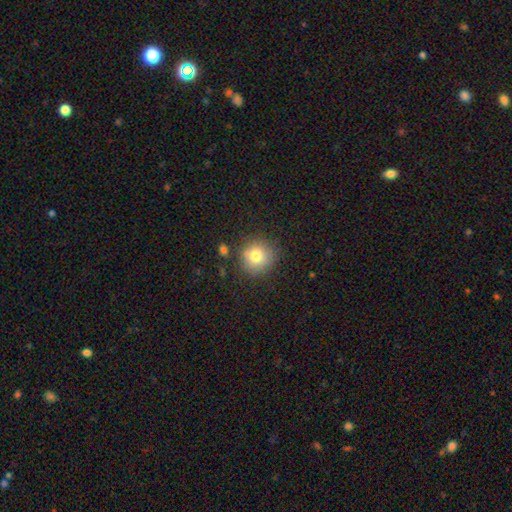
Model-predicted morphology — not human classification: Smooth or featured: smooth — 78% (star or artifact — 12%)
How rounded: round — 92% (in between — 7%)
Merging: none — 82% (minor disturbance — 11%)